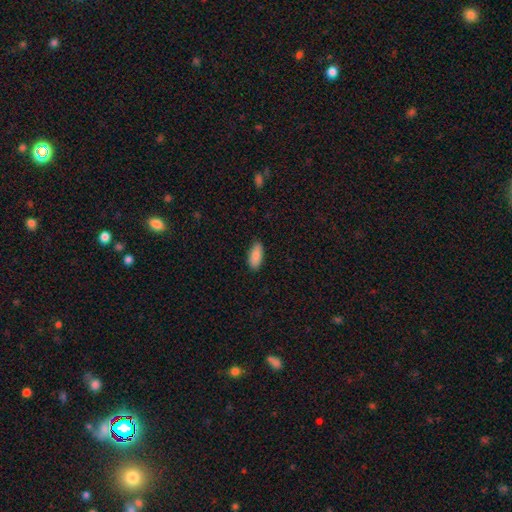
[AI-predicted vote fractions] Q: Smooth or featured?
A: smooth (89%); runner-up: star or artifact (6%)
Q: How rounded?
A: in between (82%); runner-up: cigar-shaped (16%)
Q: Merging?
A: none (88%); runner-up: minor disturbance (9%)